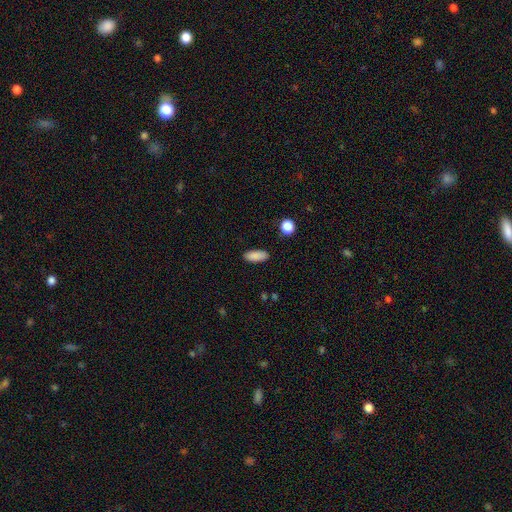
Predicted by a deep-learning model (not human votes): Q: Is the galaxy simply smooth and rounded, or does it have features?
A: smooth — 88%.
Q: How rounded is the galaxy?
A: in between — 82%.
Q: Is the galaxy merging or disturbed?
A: none — 88%.